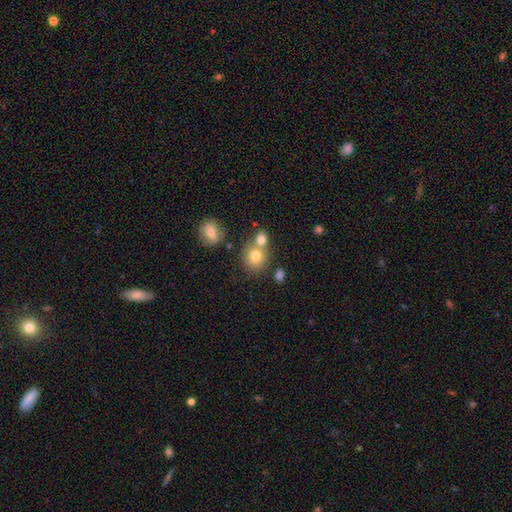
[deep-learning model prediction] Smooth or featured?
  - smooth: 75% *
  - featured or disk: 12%
  - star or artifact: 12%
How rounded?
  - round: 77% *
  - in between: 22%
  - cigar-shaped: 1%
Merging?
  - none: 49% *
  - merger: 40%
  - minor disturbance: 8%
  - major disturbance: 3%